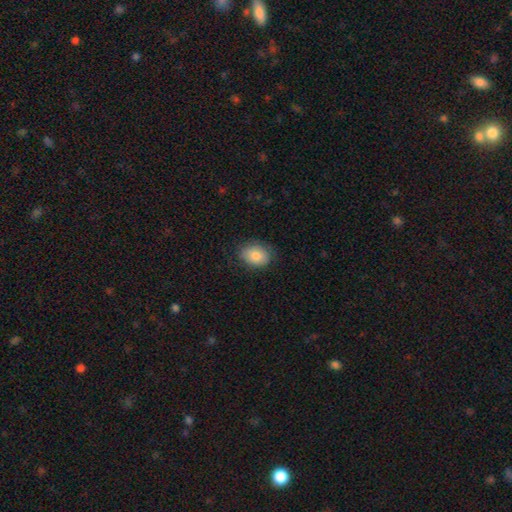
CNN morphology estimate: Overall: smooth (80%). How rounded: in between (61%; round 38%). Merging: none (77%).